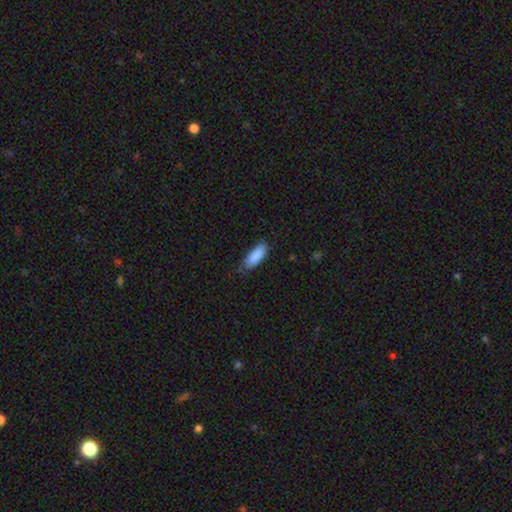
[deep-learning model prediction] Smooth or featured? Predicted: smooth (p=0.87). How rounded? Predicted: in between (p=0.68). Merging? Predicted: none (p=0.73).